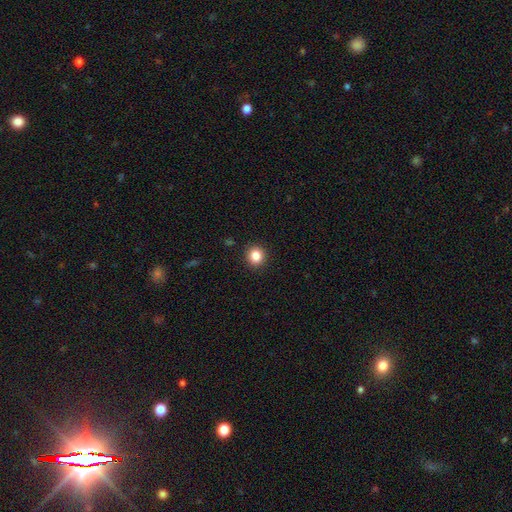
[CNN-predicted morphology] smooth-or-featured: smooth: 84% | star or artifact: 11% | featured or disk: 5%
  how-rounded: round: 90% | in between: 9% | cigar-shaped: 1%
  merging: none: 92% | minor disturbance: 5% | major disturbance: 2% | merger: 1%